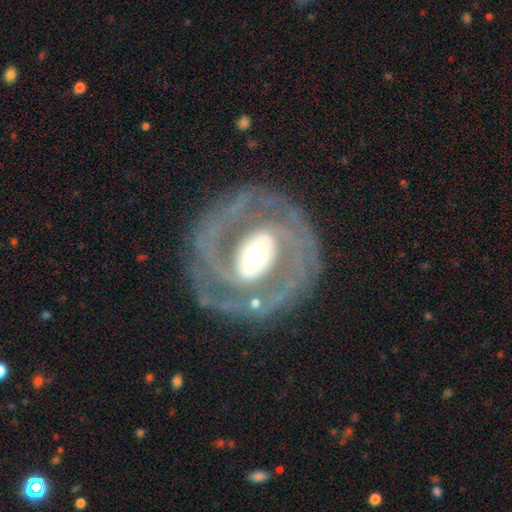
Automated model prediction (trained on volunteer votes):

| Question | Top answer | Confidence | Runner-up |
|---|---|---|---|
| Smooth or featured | featured or disk | 88% | smooth (8%) |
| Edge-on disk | no | 97% | yes (3%) |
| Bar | strong | 35% | tied: weak (35%) |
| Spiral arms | yes | 92% | no (8%) |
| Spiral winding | tight | 55% | medium (35%) |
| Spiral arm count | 2 | 70% | can't tell (11%) |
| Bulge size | moderate | 57% | large (27%) |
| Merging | none | 78% | minor disturbance (13%) |